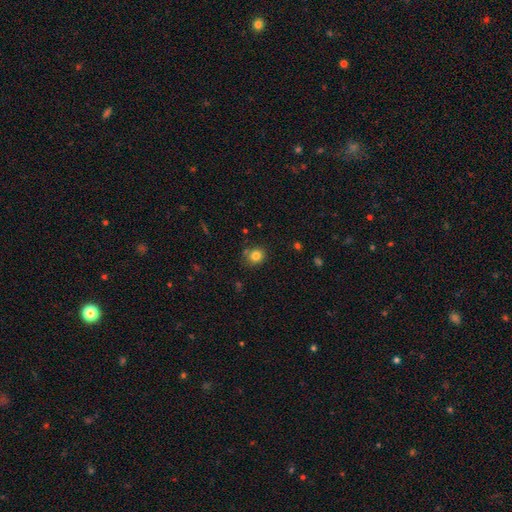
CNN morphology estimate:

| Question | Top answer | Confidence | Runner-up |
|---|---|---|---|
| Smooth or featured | smooth | 81% | star or artifact (12%) |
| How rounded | round | 79% | in between (20%) |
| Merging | none | 79% | minor disturbance (13%) |